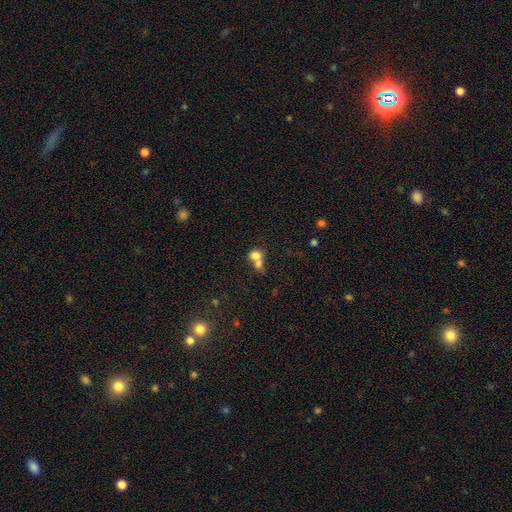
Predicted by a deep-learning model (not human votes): smooth 75%, featured or disk 14%, star or artifact 11%. Down the decision tree: how rounded — round (60%); merging — merger (65%).